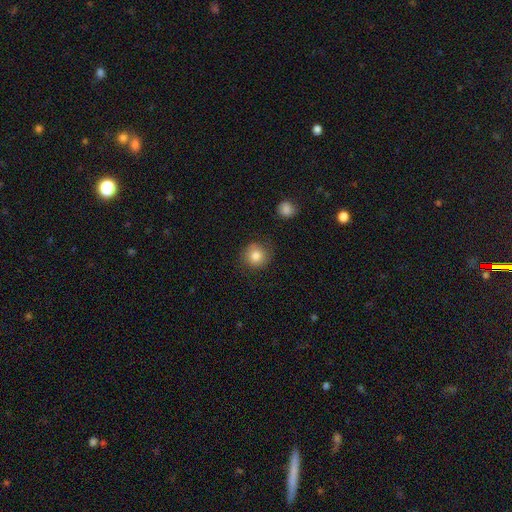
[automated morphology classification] smooth_or_featured: smooth (p=0.83) [alt: star or artifact p=0.09]
how_rounded: round (p=0.89) [alt: in between p=0.10]
merging: none (p=0.81) [alt: minor disturbance p=0.13]